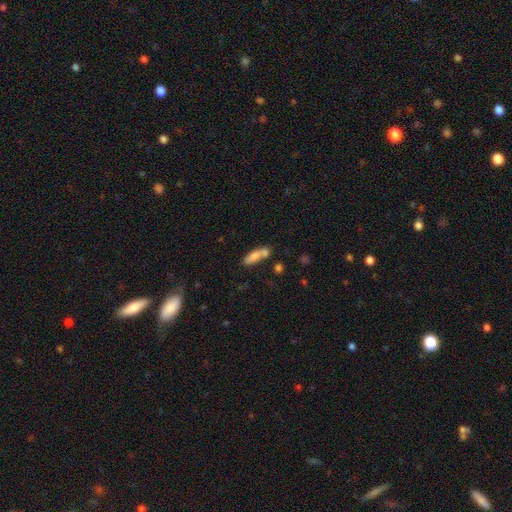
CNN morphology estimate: Q: Smooth or featured?
A: smooth (77%); runner-up: featured or disk (15%)
Q: How rounded?
A: cigar-shaped (50%); runner-up: in between (47%)
Q: Merging?
A: none (46%); runner-up: merger (32%)